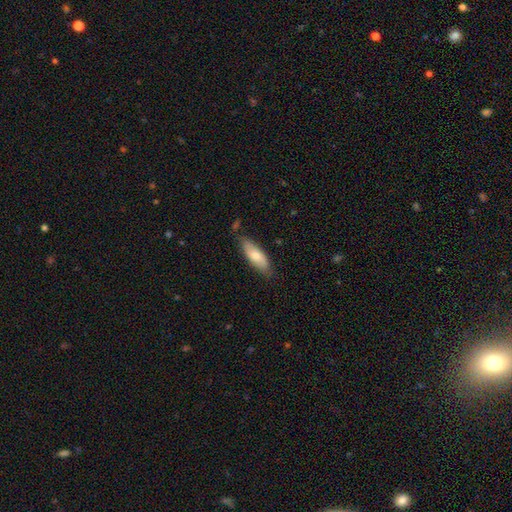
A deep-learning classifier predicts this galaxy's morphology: smooth_or_featured: smooth (p=0.74) [alt: featured or disk p=0.20]
how_rounded: in between (p=0.63) [alt: cigar-shaped p=0.35]
merging: none (p=0.76) [alt: minor disturbance p=0.18]